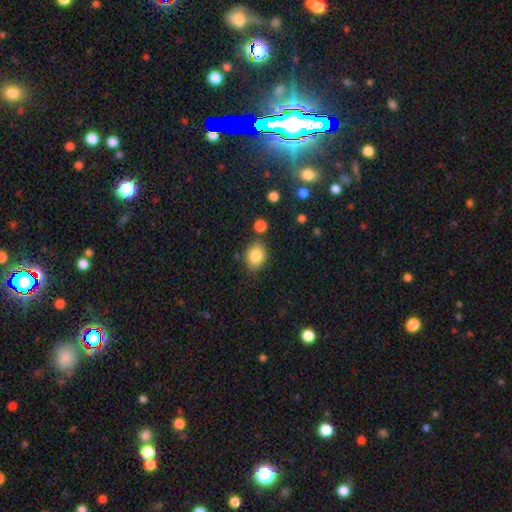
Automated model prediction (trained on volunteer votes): A smooth galaxy with no disk features (85%) that is in between round and cigar-shaped (56%). Merging: none (73%).